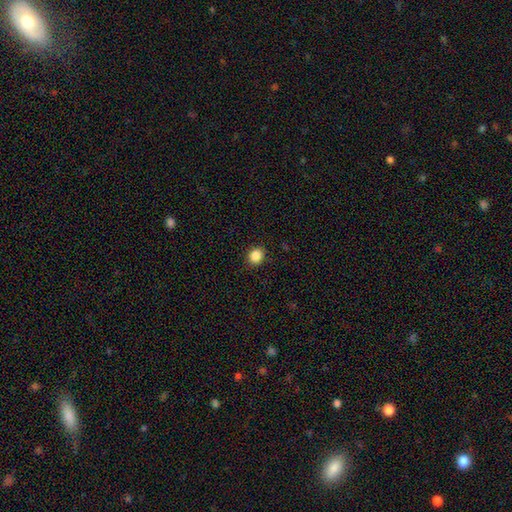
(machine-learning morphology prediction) A smooth galaxy with no disk features (86%) that is round (70%).

Vote fractions:
- Smooth or featured? smooth: 86% / star or artifact: 10% / featured or disk: 4%
- How rounded? round: 70% / in between: 29% / cigar-shaped: 1%
- Merging? none: 89% / minor disturbance: 7% / major disturbance: 2% / merger: 1%